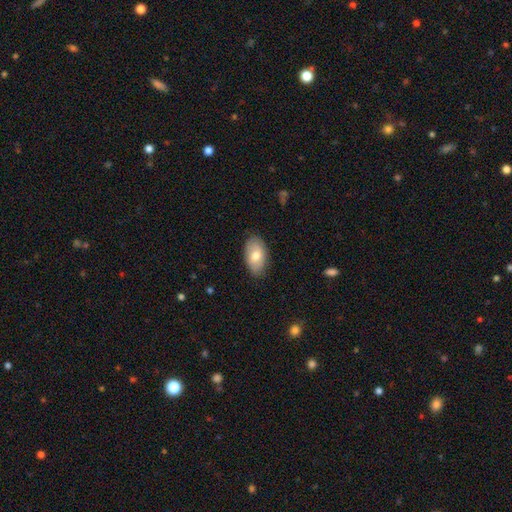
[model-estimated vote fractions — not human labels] Morphology: type=smooth (74%); roundness=in between (94%); merging=none (83%).